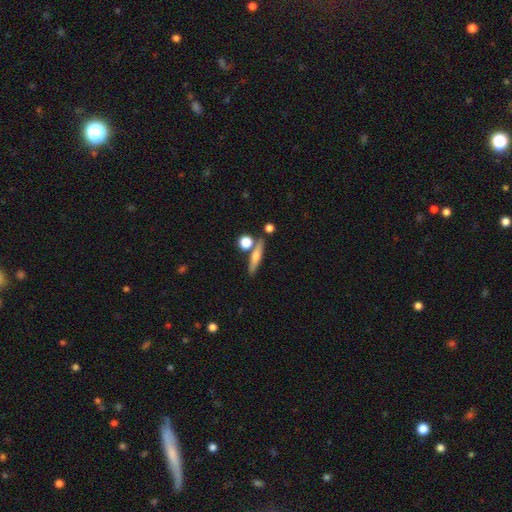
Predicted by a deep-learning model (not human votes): Q: Smooth or featured?
A: smooth (52%); runner-up: featured or disk (39%)
Q: How rounded?
A: cigar-shaped (74%); runner-up: in between (16%)
Q: Merging?
A: none (76%); runner-up: merger (11%)